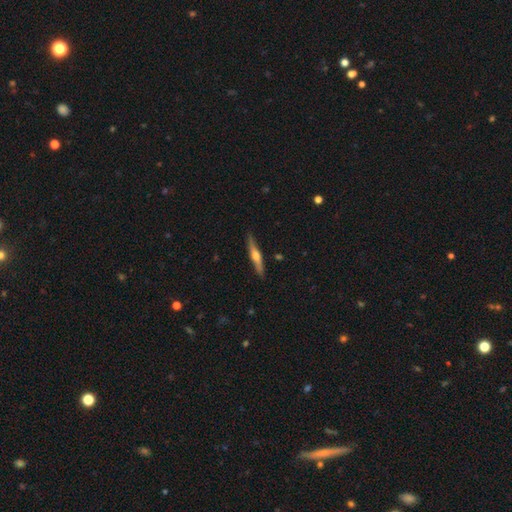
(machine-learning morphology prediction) Q: Smooth or featured?
A: featured or disk (62%); runner-up: smooth (33%)
Q: Edge-on disk?
A: yes (96%); runner-up: no (4%)
Q: Edge-on bulge?
A: rounded (92%); runner-up: none (5%)
Q: Merging?
A: none (87%); runner-up: minor disturbance (10%)